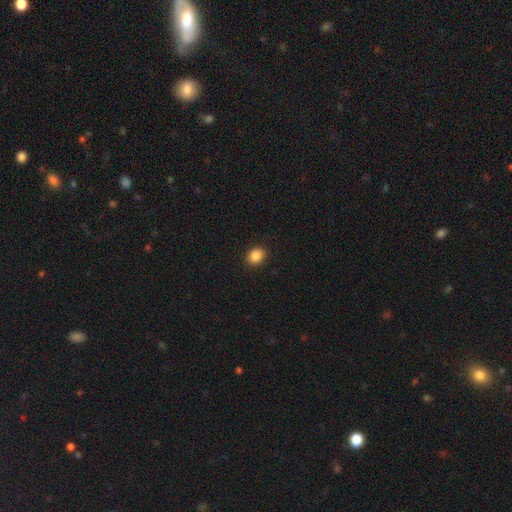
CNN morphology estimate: smooth 87%, star or artifact 9%, featured or disk 3%. Down the decision tree: how rounded — round (54%); merging — none (91%).